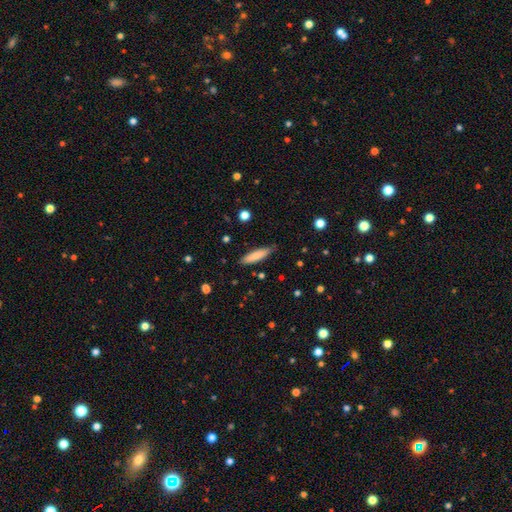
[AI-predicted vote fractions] smooth_or_featured: smooth (p=0.80) [alt: featured or disk p=0.14]
how_rounded: cigar-shaped (p=0.72) [alt: in between p=0.27]
merging: none (p=0.83) [alt: minor disturbance p=0.14]